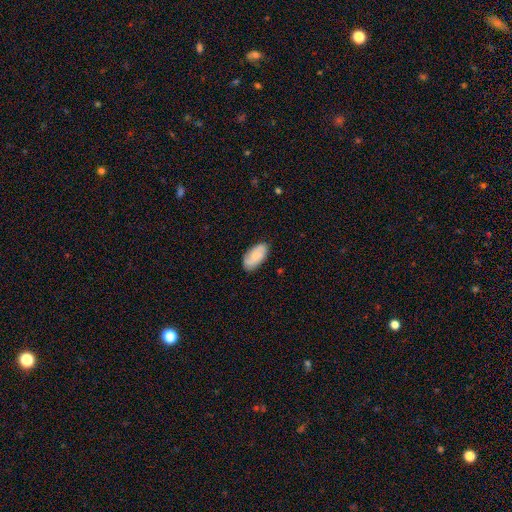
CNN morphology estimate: Smooth or featured? Predicted: smooth (p=0.59). How rounded? Predicted: in between (p=0.93). Merging? Predicted: none (p=0.80).